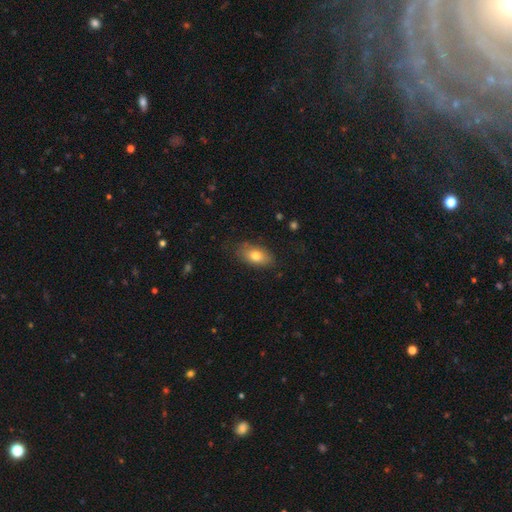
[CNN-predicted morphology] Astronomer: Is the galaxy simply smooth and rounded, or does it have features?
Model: smooth — 77%.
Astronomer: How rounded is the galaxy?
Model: in between — 90%.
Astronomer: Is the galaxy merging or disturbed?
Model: none — 79%.